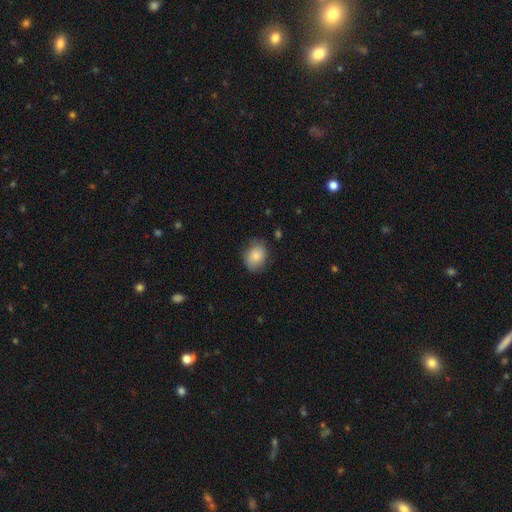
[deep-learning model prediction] Overall: smooth (81%). How rounded: in between (55%; round 44%). Merging: none (72%).